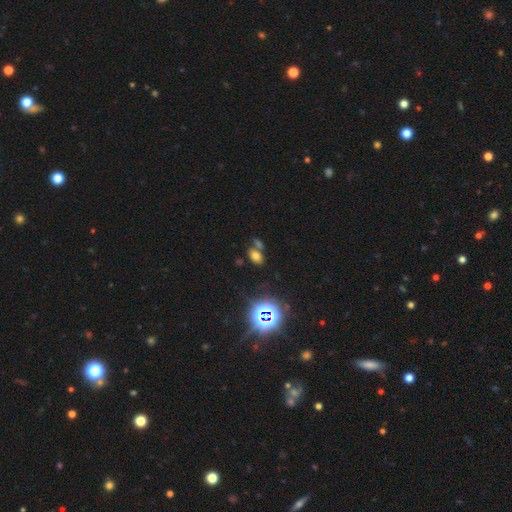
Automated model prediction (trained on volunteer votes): Overall: smooth (61%; star or artifact 28%). How rounded: in between (83%). Merging: none (56%; merger 28%).